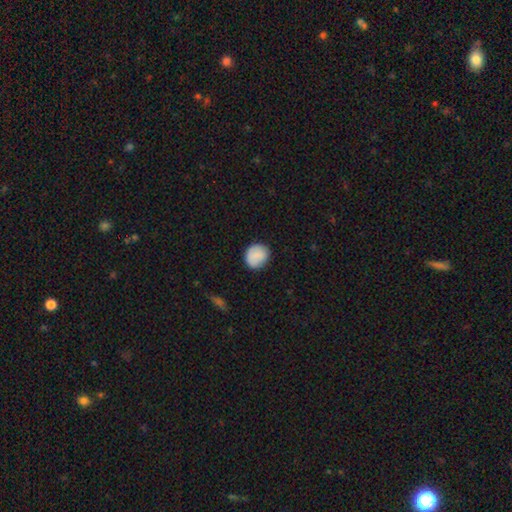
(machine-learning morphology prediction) This is clearly a smooth galaxy (86%). How rounded: likely round (80%). Merging: clearly none (82%).